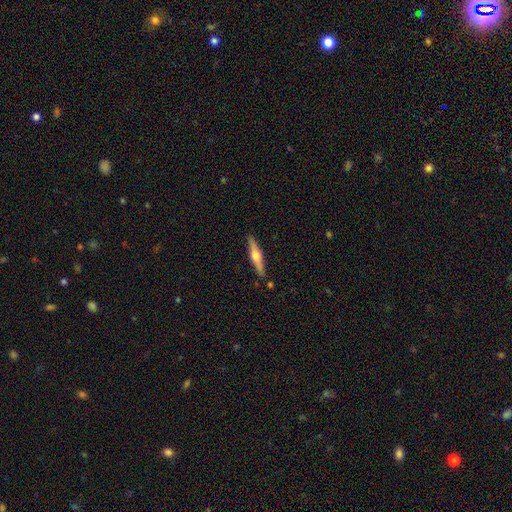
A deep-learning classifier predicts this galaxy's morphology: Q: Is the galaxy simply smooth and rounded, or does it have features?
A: featured or disk — 61%.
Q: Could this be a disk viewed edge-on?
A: yes — 96%.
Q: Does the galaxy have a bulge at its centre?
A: rounded — 92%.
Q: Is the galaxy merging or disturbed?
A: none — 87%.